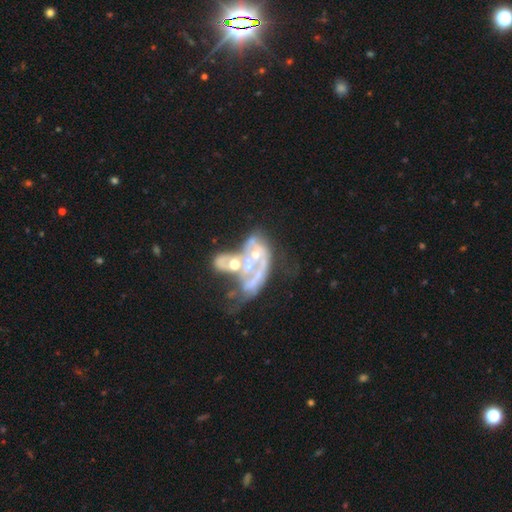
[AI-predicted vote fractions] A featured or disk galaxy (72%) with no bar (84%), no spiral arms (67%) and a moderate central bulge (39%).

Vote fractions:
- Smooth or featured? featured or disk: 72% / smooth: 15% / star or artifact: 13%
- Edge-on disk? no: 97% / yes: 3%
- Bar? no: 84% / weak: 12% / strong: 5%
- Spiral arms? no: 67% / yes: 33%
- Bulge size? moderate: 39% / small: 31% / none: 23% / large: 5% / dominant: 2%
- Merging? merger: 64% / major disturbance: 21% / none: 9% / minor disturbance: 6%